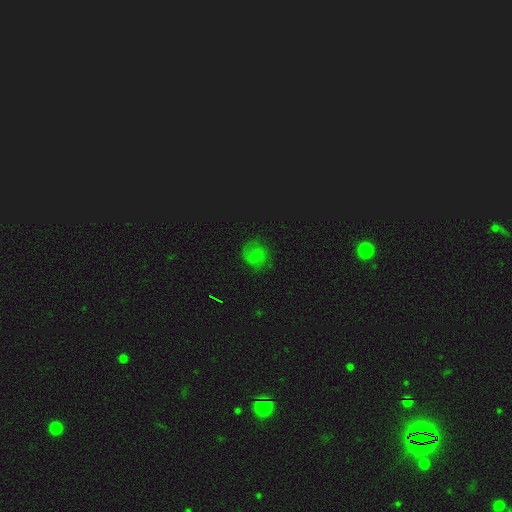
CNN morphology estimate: Overall: smooth (53%; star or artifact 26%). How rounded: round (78%). Merging: none (70%).